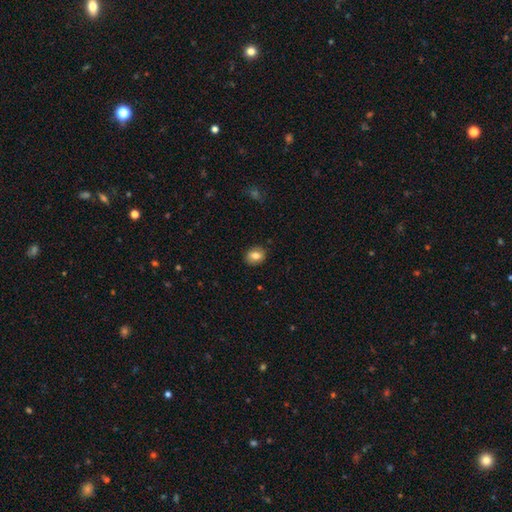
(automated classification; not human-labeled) Morphology: type=smooth (78%); roundness=round (58%); merging=none (87%).